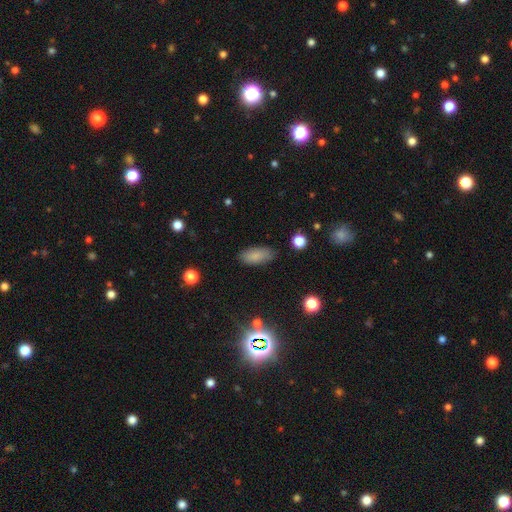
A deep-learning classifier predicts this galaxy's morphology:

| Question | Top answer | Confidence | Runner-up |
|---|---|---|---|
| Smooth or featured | smooth | 84% | star or artifact (9%) |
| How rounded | in between | 86% | cigar-shaped (11%) |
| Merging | none | 85% | minor disturbance (11%) |